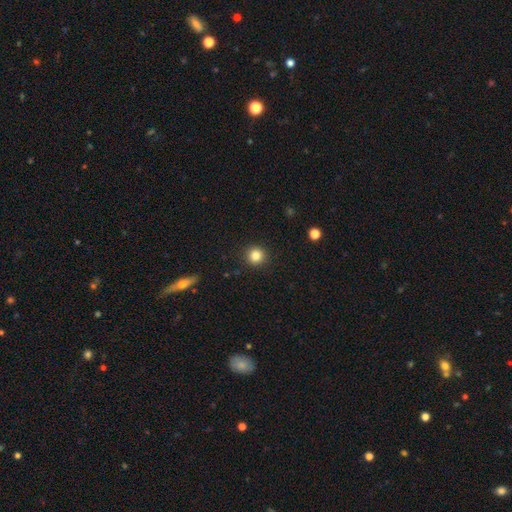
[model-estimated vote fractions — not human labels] Overall: smooth (84%). How rounded: round (94%). Merging: none (91%).